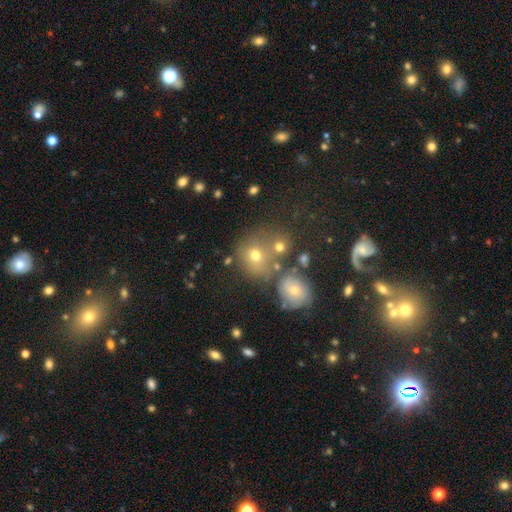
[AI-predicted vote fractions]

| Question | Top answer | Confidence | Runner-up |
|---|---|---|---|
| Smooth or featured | smooth | 64% | star or artifact (21%) |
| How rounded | round | 77% | in between (22%) |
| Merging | none | 53% | merger (27%) |